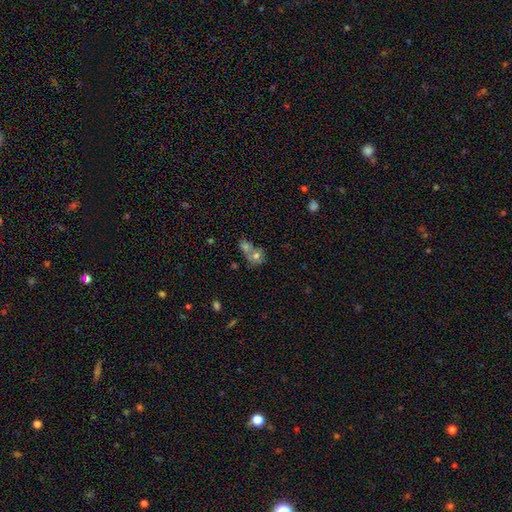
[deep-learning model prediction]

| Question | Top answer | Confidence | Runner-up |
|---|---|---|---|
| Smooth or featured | smooth | 70% | featured or disk (19%) |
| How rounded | round | 65% | in between (34%) |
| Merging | merger | 66% | none (22%) |